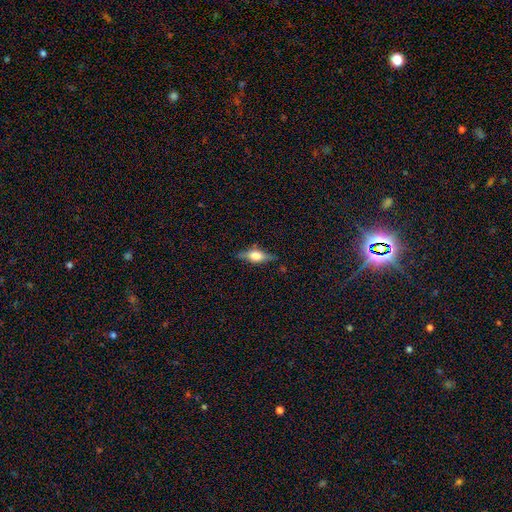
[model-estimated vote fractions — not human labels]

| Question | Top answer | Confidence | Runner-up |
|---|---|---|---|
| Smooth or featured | featured or disk | 54% | smooth (39%) |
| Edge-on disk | yes | 93% | no (7%) |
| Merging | none | 80% | minor disturbance (15%) |